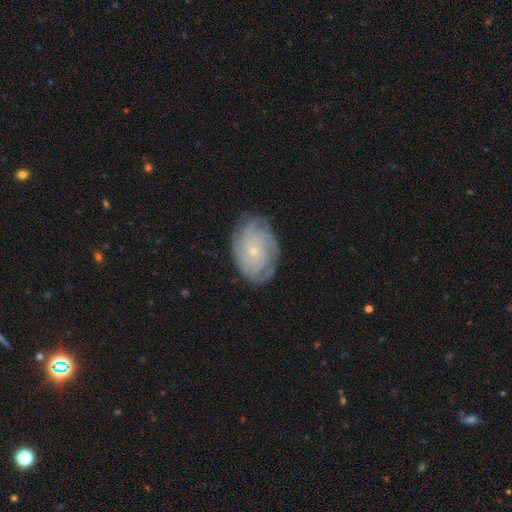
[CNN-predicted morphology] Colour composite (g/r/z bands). It shows a featured or disk galaxy (65%) with no bar (79%), tight (76%) spiral arms (92%) and a small central bulge (74%). Merging: none (83%).